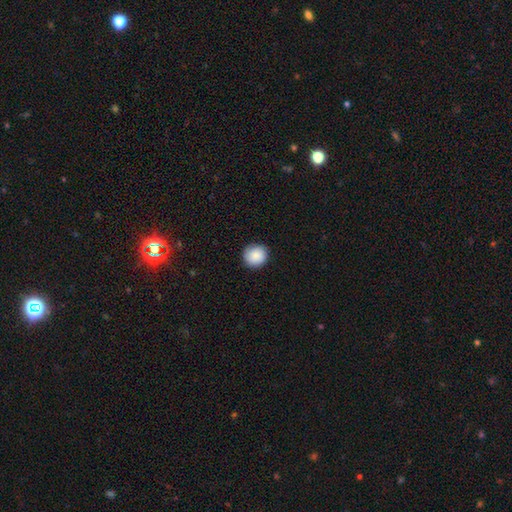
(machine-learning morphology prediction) Smooth or featured: smooth — 88% (star or artifact — 7%)
How rounded: round — 92% (in between — 7%)
Merging: none — 89% (minor disturbance — 8%)